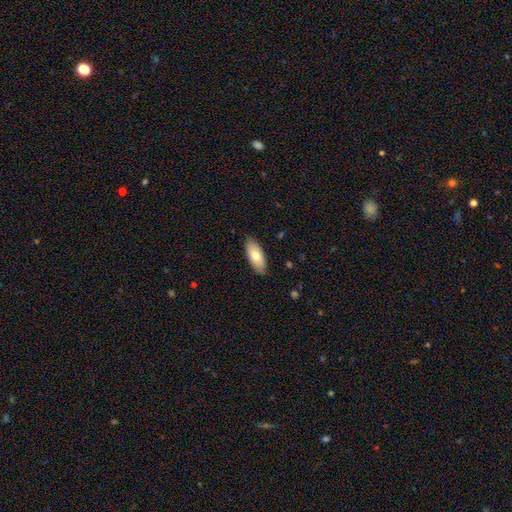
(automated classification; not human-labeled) Smooth or featured? Predicted: smooth (p=0.77). How rounded? Predicted: in between (p=0.86). Merging? Predicted: none (p=0.88).